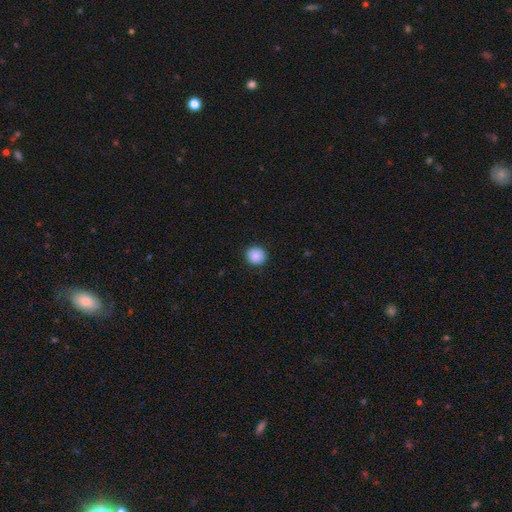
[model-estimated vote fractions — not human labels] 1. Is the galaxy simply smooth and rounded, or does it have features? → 89% smooth, 8% star or artifact, 3% featured or disk.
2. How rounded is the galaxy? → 89% round, 10% in between, 1% cigar-shaped.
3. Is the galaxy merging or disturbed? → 91% none, 6% minor disturbance, 2% major disturbance, 1% merger.